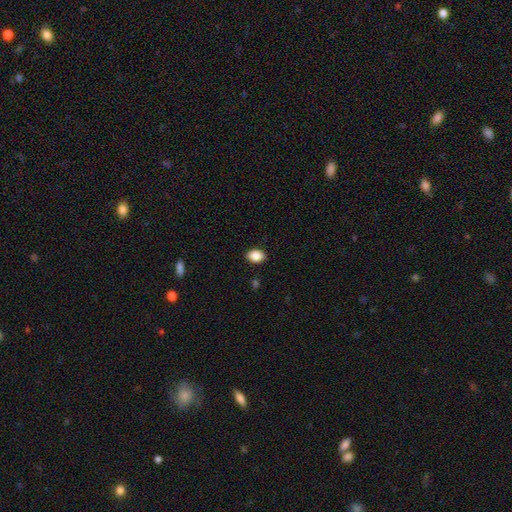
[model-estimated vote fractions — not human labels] Smooth or featured? Predicted: smooth (p=0.88). How rounded? Predicted: in between (p=0.81). Merging? Predicted: none (p=0.89).